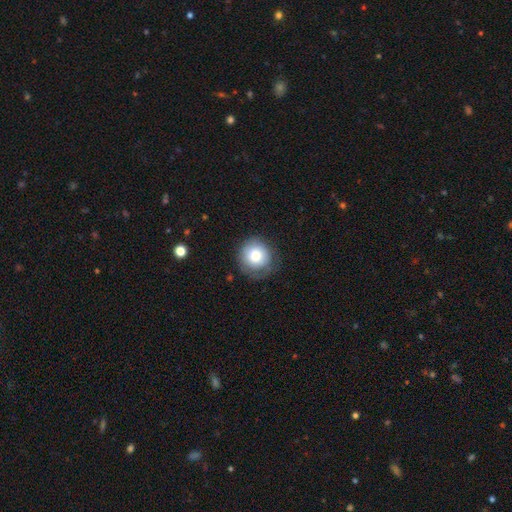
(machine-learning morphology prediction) A smooth galaxy with no disk features (76%) that is round (93%).

Vote fractions:
- Smooth or featured? smooth: 76% / featured or disk: 15% / star or artifact: 9%
- How rounded? round: 93% / in between: 6% / cigar-shaped: 1%
- Merging? none: 73% / minor disturbance: 19% / major disturbance: 7% / merger: 1%